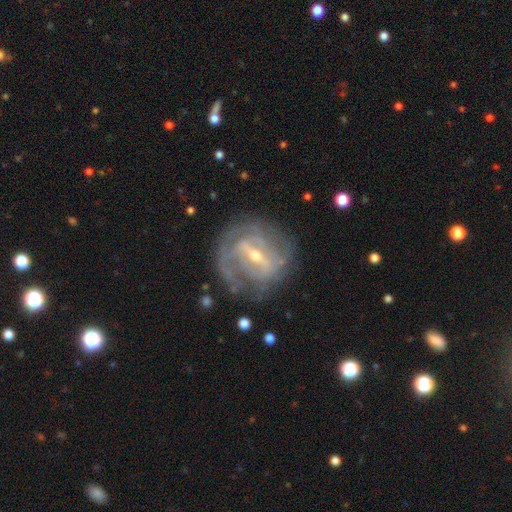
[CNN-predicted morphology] Smooth or featured?
  - featured or disk: 85% *
  - smooth: 9%
  - star or artifact: 6%
Edge-on disk?
  - no: 95% *
  - yes: 5%
Bar?
  - strong: 50% *
  - weak: 39%
  - no: 11%
Spiral arms?
  - yes: 85% *
  - no: 15%
Spiral winding?
  - tight: 57% *
  - medium: 32%
  - loose: 11%
Spiral arm count?
  - can't tell: 39% *
  - 2: 34%
  - 3: 12%
  - 4: 6%
  - 1: 5%
  - more than 4: 4%
Bulge size?
  - small: 55% *
  - moderate: 41%
  - large: 2%
  - none: 1%
  - dominant: 1%
Merging?
  - none: 69% *
  - minor disturbance: 18%
  - major disturbance: 11%
  - merger: 2%